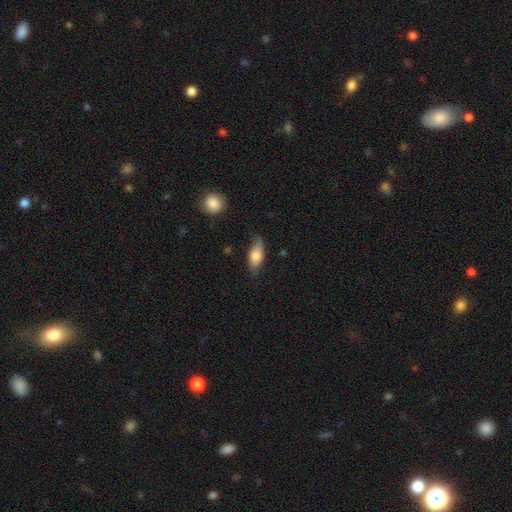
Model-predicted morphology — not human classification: The model was most divided on "merging": none: 64%, minor disturbance: 28%, major disturbance: 6%, merger: 2%. More confident: how rounded — in between (82%); smooth or featured — smooth (77%).